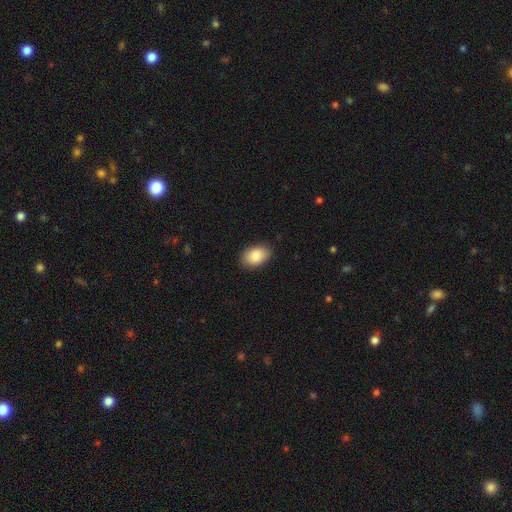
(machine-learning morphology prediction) type=smooth (86%); roundness=in between (88%); merging=none (87%).